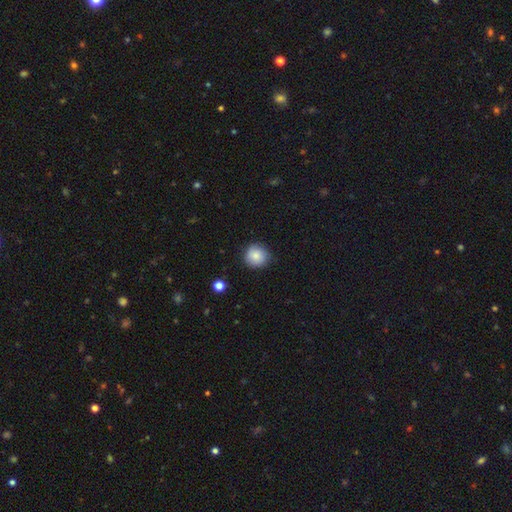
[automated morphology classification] smooth 84%, star or artifact 8%, featured or disk 8%. Down the decision tree: how rounded — round (92%); merging — none (85%).